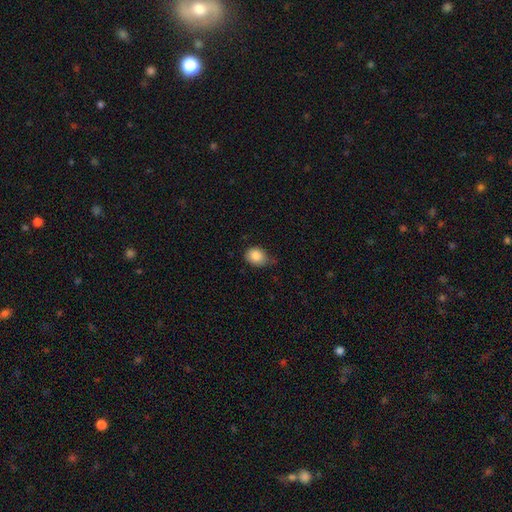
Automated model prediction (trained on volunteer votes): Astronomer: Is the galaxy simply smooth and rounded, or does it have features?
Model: smooth — 86%.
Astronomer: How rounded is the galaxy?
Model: round — 53% (runner-up: in between, 46%).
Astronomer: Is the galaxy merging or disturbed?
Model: none — 57% (runner-up: minor disturbance, 34%).